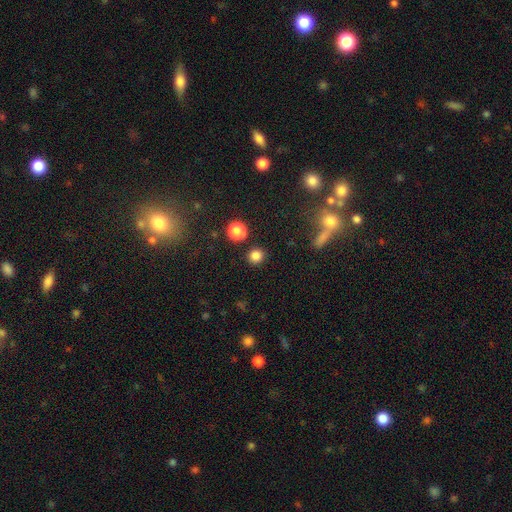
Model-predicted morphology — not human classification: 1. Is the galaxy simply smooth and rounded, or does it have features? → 82% smooth, 14% star or artifact, 4% featured or disk.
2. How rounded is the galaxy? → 88% round, 11% in between, 1% cigar-shaped.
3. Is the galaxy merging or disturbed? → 87% none, 6% minor disturbance, 4% merger, 3% major disturbance.